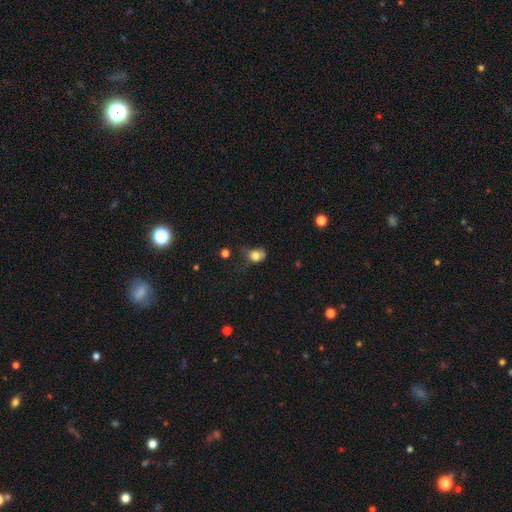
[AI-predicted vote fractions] The model was most divided on "merging": minor disturbance: 34%, major disturbance: 31%, none: 29%, merger: 5%. More confident: smooth or featured — smooth (76%); how rounded — round (51%).